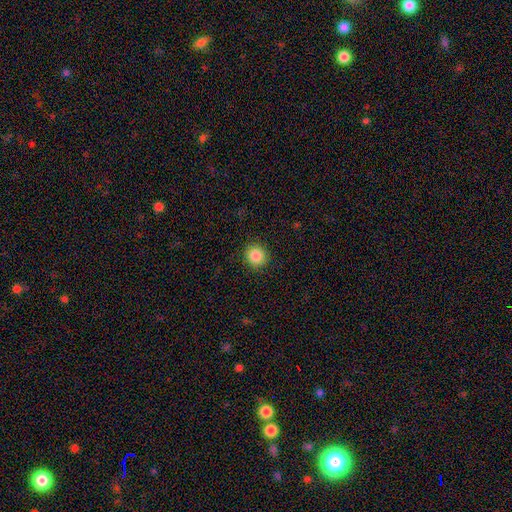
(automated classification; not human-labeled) The model was most divided on "smooth or featured": smooth: 86%, star or artifact: 9%, featured or disk: 4%. More confident: merging — none (91%); how rounded — round (91%).